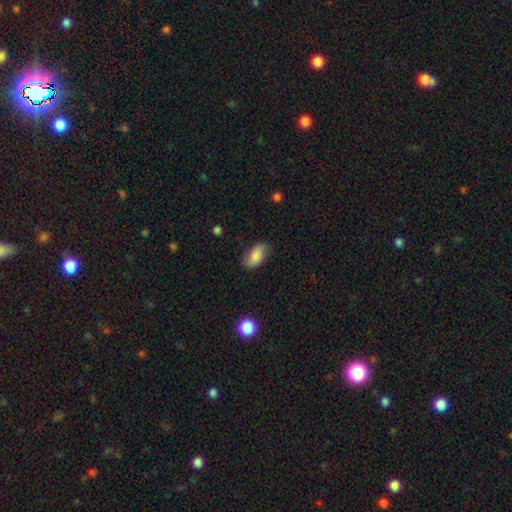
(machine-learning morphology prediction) smooth_or_featured: smooth (p=0.81) [alt: featured or disk p=0.12]
how_rounded: in between (p=0.90) [alt: cigar-shaped p=0.06]
merging: none (p=0.74) [alt: minor disturbance p=0.20]